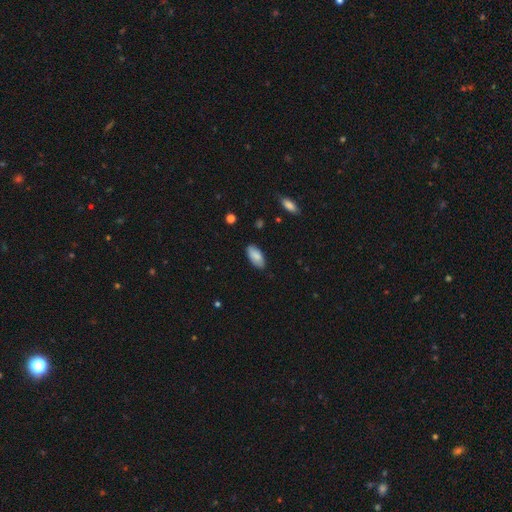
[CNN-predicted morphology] type=smooth (84%); roundness=in between (91%); merging=none (84%).